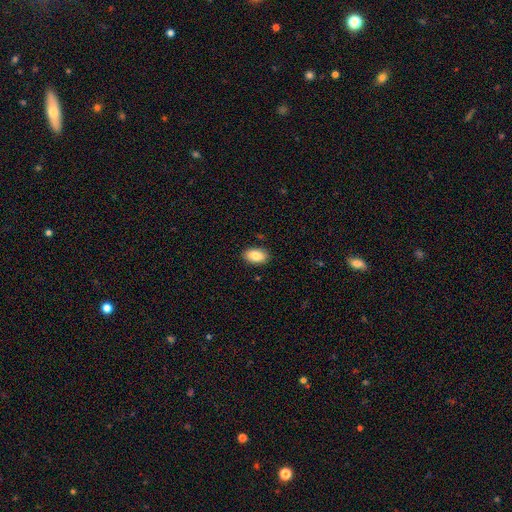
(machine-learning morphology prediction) Smooth or featured? smooth (86%)
How rounded? in between (93%)
Merging? none (88%)